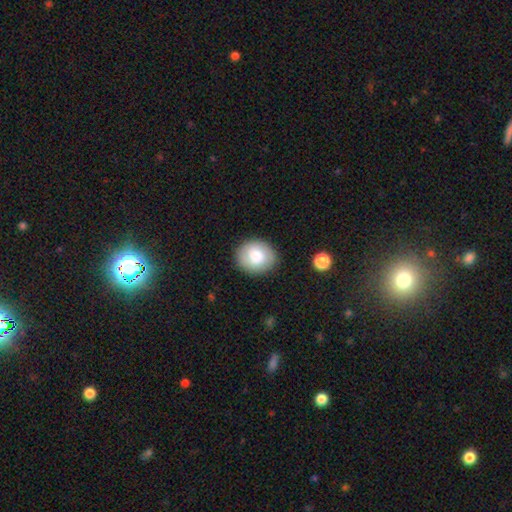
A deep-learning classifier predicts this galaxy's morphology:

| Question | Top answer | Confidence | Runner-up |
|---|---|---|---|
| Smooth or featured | smooth | 80% | featured or disk (13%) |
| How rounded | round | 68% | in between (31%) |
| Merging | none | 86% | minor disturbance (10%) |